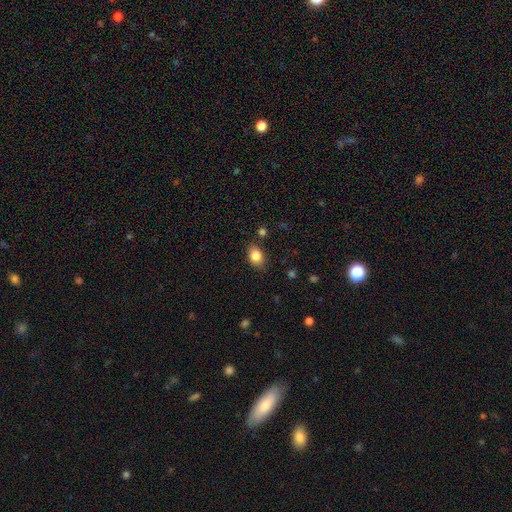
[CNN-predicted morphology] Smooth or featured: smooth — 84% (star or artifact — 9%)
How rounded: in between — 68% (round — 31%)
Merging: none — 80% (minor disturbance — 14%)